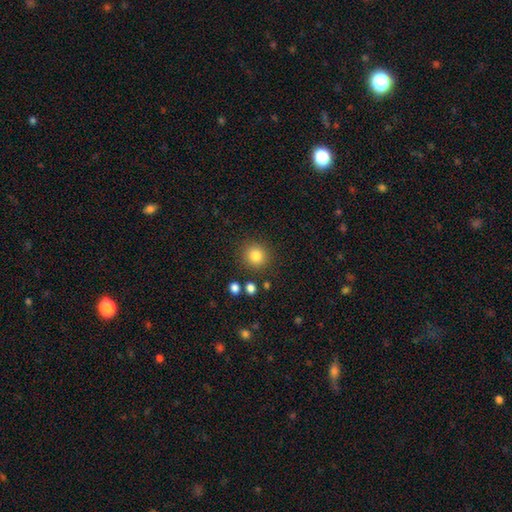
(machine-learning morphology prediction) Overall: smooth (83%). How rounded: round (89%). Merging: none (87%).